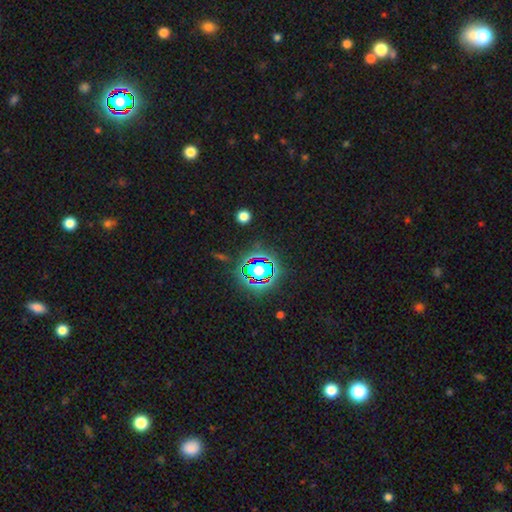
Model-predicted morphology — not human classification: This appears to be a star or artifact, not a galaxy (80%).